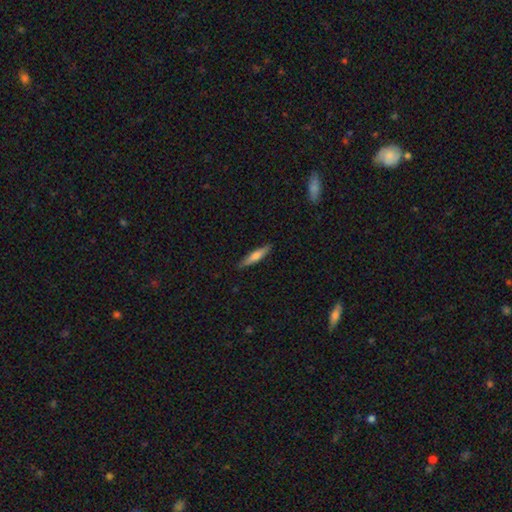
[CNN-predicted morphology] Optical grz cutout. It shows a smooth galaxy with no disk features (64%) that is cigar-shaped (85%). Merging: none (88%).